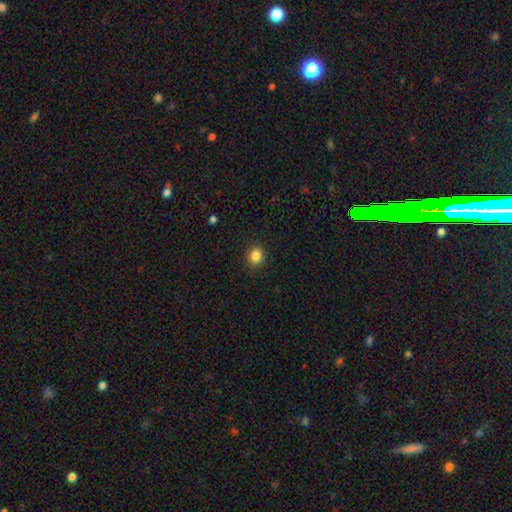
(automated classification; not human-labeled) smooth-or-featured: smooth: 85% | star or artifact: 11% | featured or disk: 4%
  how-rounded: round: 80% | in between: 19% | cigar-shaped: 1%
  merging: none: 91% | minor disturbance: 6% | major disturbance: 2% | merger: 1%